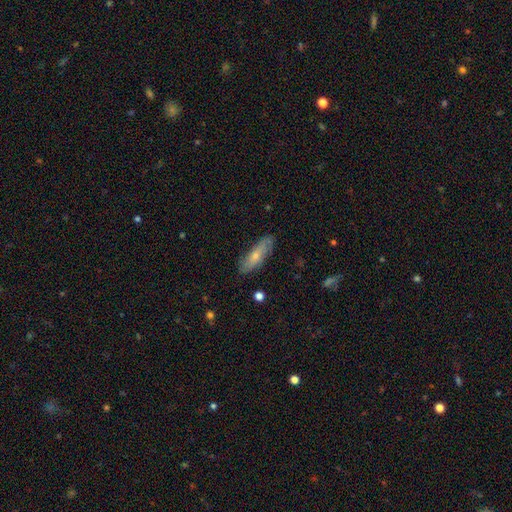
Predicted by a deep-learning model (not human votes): Q: Smooth or featured?
A: smooth (57%); runner-up: featured or disk (36%)
Q: How rounded?
A: in between (50%); runner-up: cigar-shaped (48%)
Q: Merging?
A: none (80%); runner-up: minor disturbance (15%)